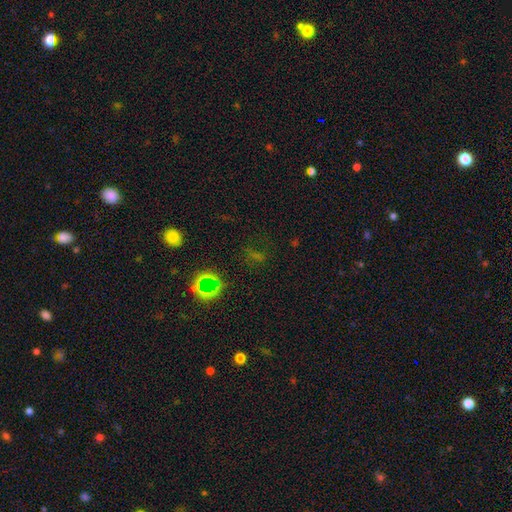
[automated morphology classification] Overall: star or artifact (45%; smooth 33%).